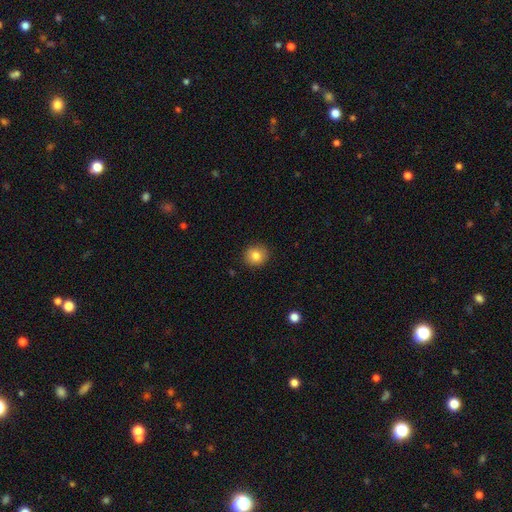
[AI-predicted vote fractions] Smooth or featured?
  - smooth: 82% *
  - star or artifact: 10%
  - featured or disk: 8%
How rounded?
  - round: 83% *
  - in between: 16%
  - cigar-shaped: 1%
Merging?
  - none: 90% *
  - minor disturbance: 7%
  - major disturbance: 2%
  - merger: 1%